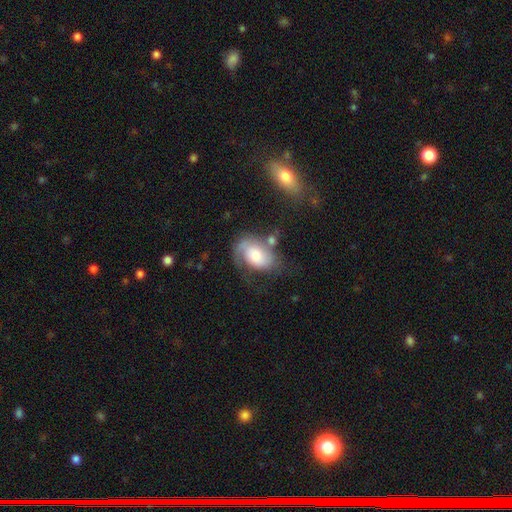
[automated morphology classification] Smooth or featured?
  - featured or disk: 49% *
  - smooth: 43%
  - star or artifact: 8%
Merging?
  - none: 39% *
  - major disturbance: 24%
  - minor disturbance: 24%
  - merger: 12%